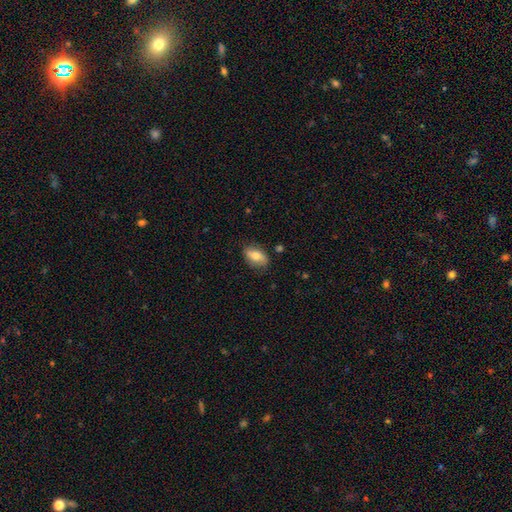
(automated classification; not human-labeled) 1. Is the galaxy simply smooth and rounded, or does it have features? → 69% smooth, 24% featured or disk, 7% star or artifact.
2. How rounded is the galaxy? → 89% in between, 8% round, 3% cigar-shaped.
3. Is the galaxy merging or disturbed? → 79% none, 16% minor disturbance, 3% major disturbance, 1% merger.